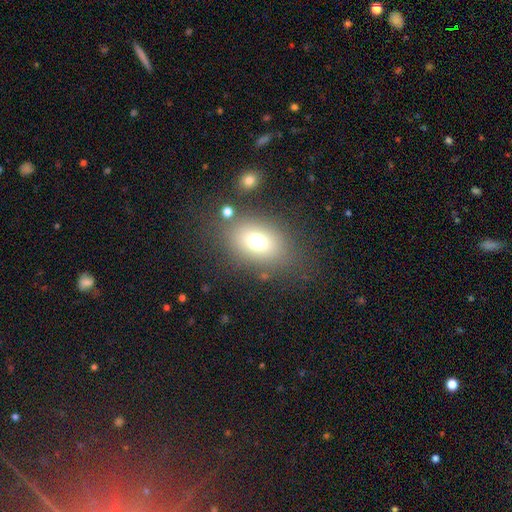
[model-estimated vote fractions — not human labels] Smooth or featured?
  - smooth: 61% *
  - star or artifact: 25%
  - featured or disk: 14%
How rounded?
  - in between: 77% *
  - round: 21%
  - cigar-shaped: 2%
Merging?
  - none: 80% *
  - minor disturbance: 11%
  - merger: 4%
  - major disturbance: 4%